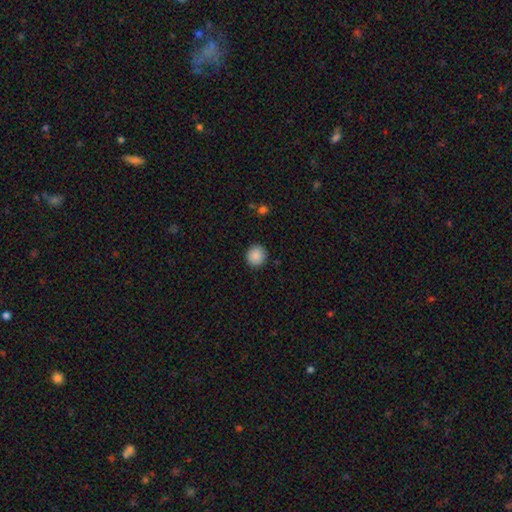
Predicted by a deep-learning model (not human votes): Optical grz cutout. It shows a smooth galaxy with no disk features (88%) that is round (92%). Merging: none (91%).